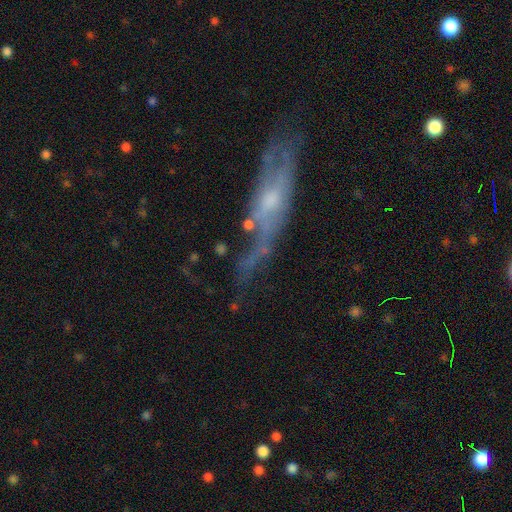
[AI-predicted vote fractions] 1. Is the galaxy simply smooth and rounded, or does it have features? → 68% featured or disk, 22% smooth, 10% star or artifact.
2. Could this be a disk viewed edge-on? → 53% no, 47% yes.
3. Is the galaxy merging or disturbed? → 52% none, 25% minor disturbance, 18% major disturbance, 5% merger.